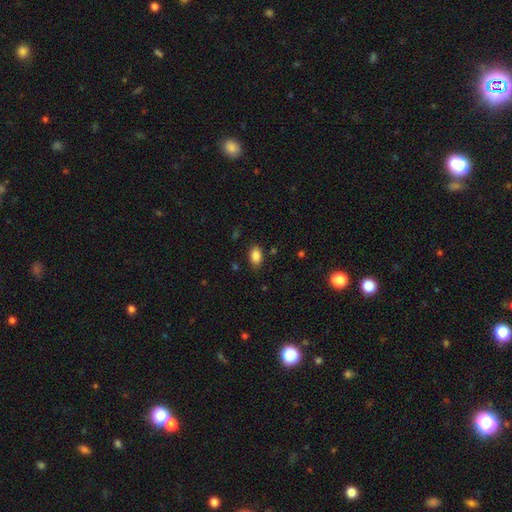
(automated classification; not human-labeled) smooth_or_featured: smooth (p=0.87) [alt: star or artifact p=0.09]
how_rounded: in between (p=0.87) [alt: round p=0.11]
merging: none (p=0.82) [alt: minor disturbance p=0.13]